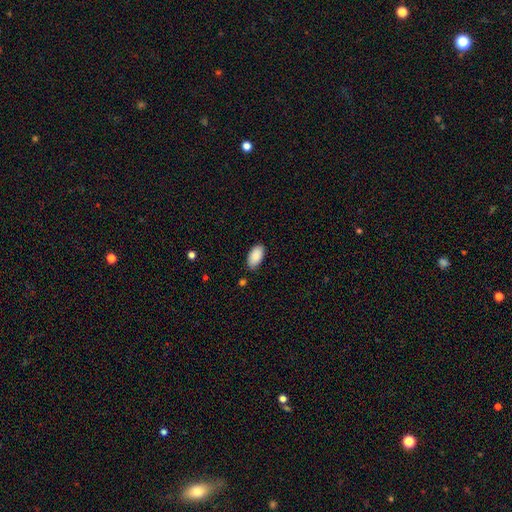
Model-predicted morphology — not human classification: smooth 89%, star or artifact 6%, featured or disk 5%. Down the decision tree: how rounded — in between (95%); merging — none (80%).